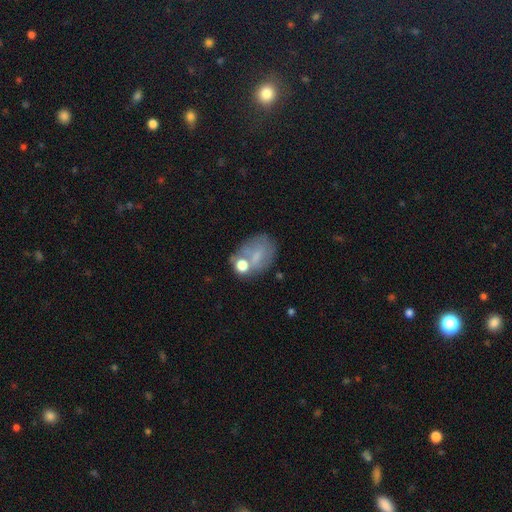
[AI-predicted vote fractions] Morphology: type=smooth (55%); roundness=in between (68%); merging=none (42%).